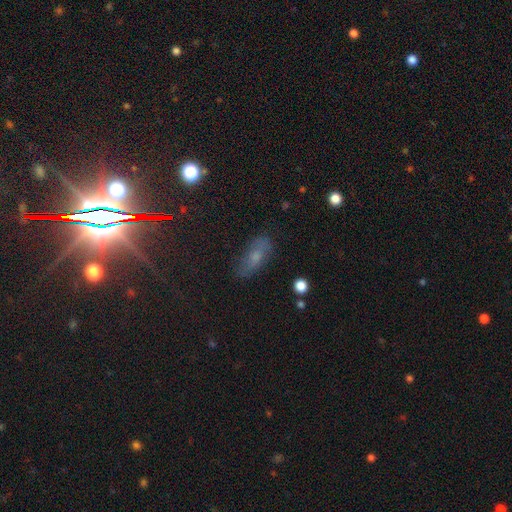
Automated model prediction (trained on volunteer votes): Overall: smooth (53%; featured or disk 28%). How rounded: in between (72%). Merging: none (72%).